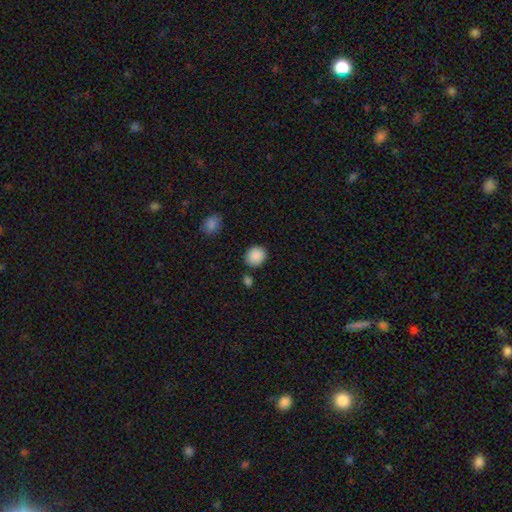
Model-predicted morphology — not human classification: smooth 89%, star or artifact 8%, featured or disk 3%. Down the decision tree: how rounded — round (73%); merging — none (82%).